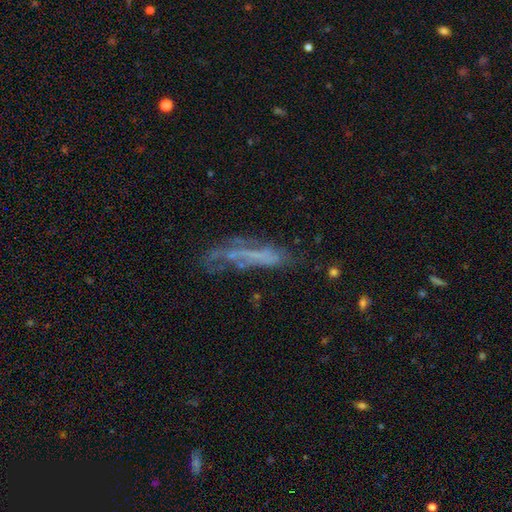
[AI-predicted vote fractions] Smooth or featured? Predicted: featured or disk (p=0.53). Edge-on disk? Predicted: no (p=0.65). Merging? Predicted: none (p=0.41).